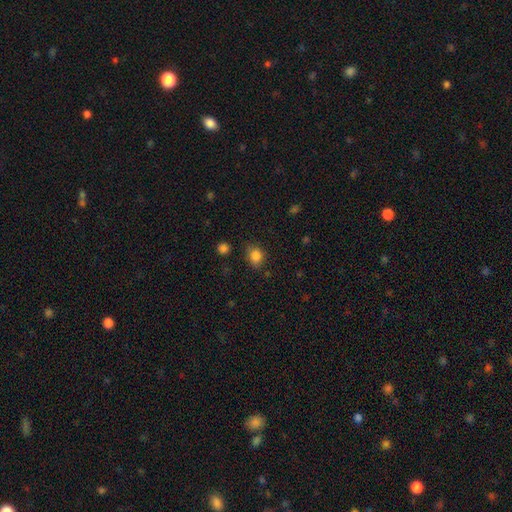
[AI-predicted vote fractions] This appears to be a smooth galaxy with no disk features (83%) that is round (56%). Merging: none (74%).